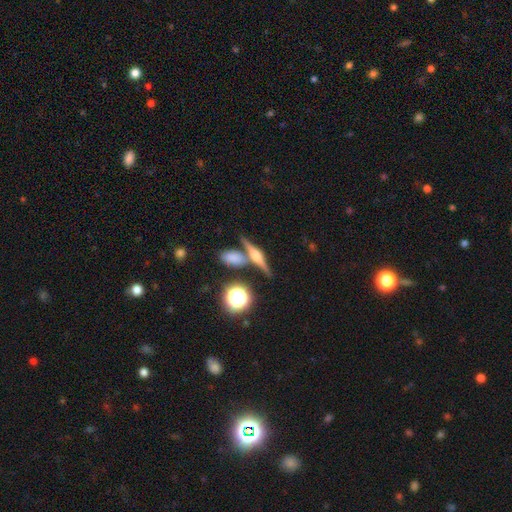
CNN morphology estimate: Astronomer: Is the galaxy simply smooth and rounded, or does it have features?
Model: featured or disk — 70%.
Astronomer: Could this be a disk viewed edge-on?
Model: yes — 96%.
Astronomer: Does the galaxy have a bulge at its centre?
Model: rounded — 90%.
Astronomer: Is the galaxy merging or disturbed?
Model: none — 73%.